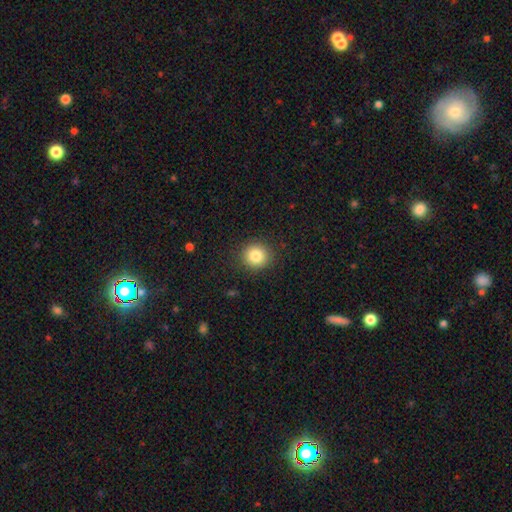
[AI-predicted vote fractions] smooth-or-featured: smooth: 84% | star or artifact: 10% | featured or disk: 6%
  how-rounded: round: 91% | in between: 9% | cigar-shaped: 1%
  merging: none: 90% | minor disturbance: 7% | major disturbance: 2% | merger: 1%